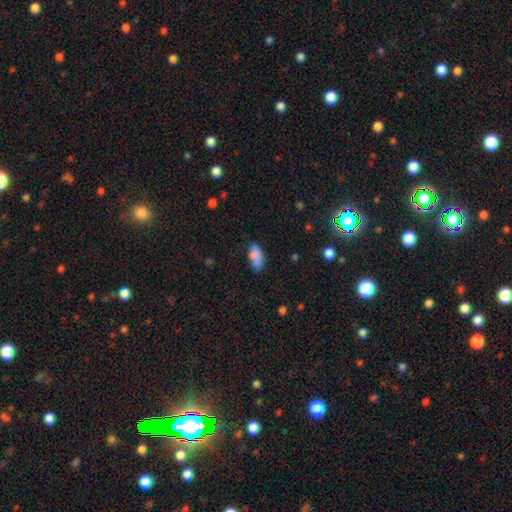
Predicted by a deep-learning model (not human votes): A smooth galaxy with no disk features (81%) that is in between round and cigar-shaped (88%). Merging: none (58%).